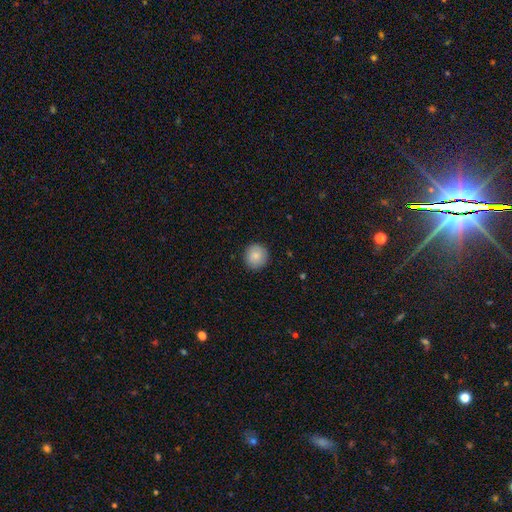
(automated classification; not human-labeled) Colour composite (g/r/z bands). It shows a smooth galaxy with no disk features (86%) that is round (93%). Merging: none (91%).